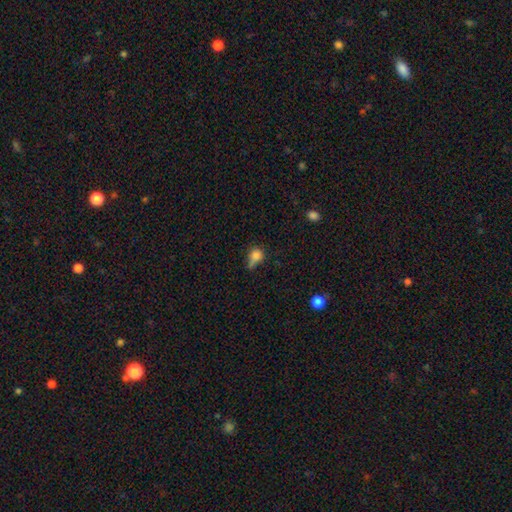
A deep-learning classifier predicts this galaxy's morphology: Smooth or featured: smooth — 79% (star or artifact — 12%)
How rounded: round — 69% (in between — 29%)
Merging: none — 39% (minor disturbance — 34%)